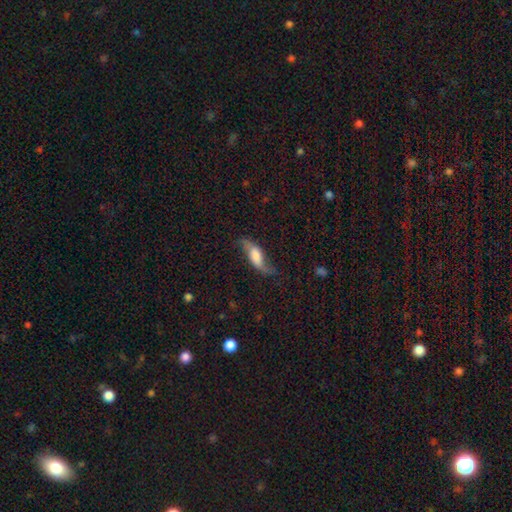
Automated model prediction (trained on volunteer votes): This is possibly a featured or disk galaxy (59%). It is clearly not viewed edge-on (80%). Merging: likely none (62%).